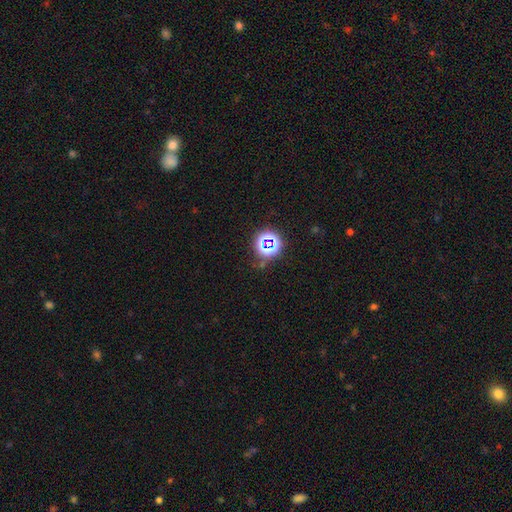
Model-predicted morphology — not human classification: star or artifact 74%, smooth 17%, featured or disk 9%.